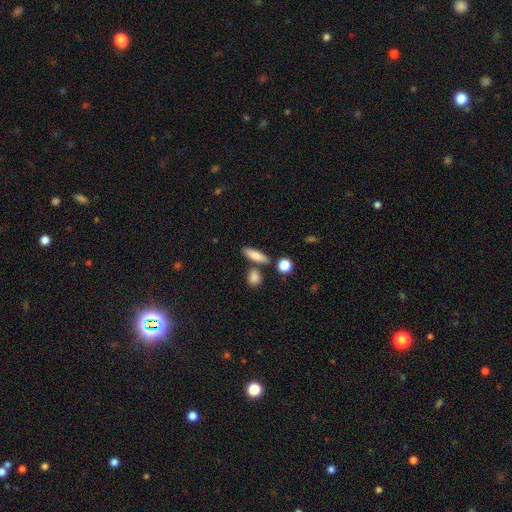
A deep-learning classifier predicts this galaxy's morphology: Smooth or featured? smooth (81%)
How rounded? cigar-shaped (55%)
Merging? none (76%)